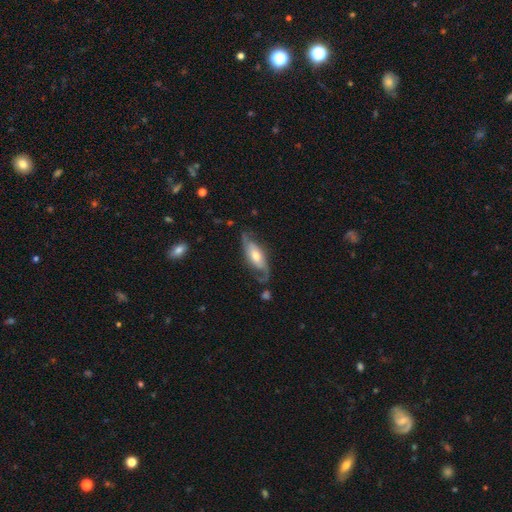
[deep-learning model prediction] Smooth or featured?
  - featured or disk: 73% *
  - smooth: 21%
  - star or artifact: 5%
Edge-on disk?
  - no: 87% *
  - yes: 13%
Bar?
  - no: 56% *
  - weak: 30%
  - strong: 14%
Spiral arms?
  - yes: 90% *
  - no: 10%
Spiral winding?
  - loose: 46% *
  - medium: 37%
  - tight: 17%
Spiral arm count?
  - 2: 84% *
  - can't tell: 7%
  - 1: 6%
  - 3: 1%
  - 4: 1%
  - more than 4: 1%
Bulge size?
  - moderate: 63% *
  - small: 20%
  - large: 13%
  - dominant: 2%
  - none: 2%
Merging?
  - none: 65% *
  - minor disturbance: 20%
  - major disturbance: 12%
  - merger: 2%